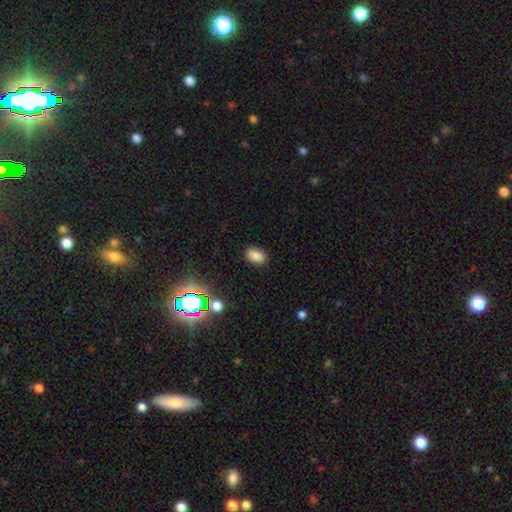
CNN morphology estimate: type=smooth (83%); roundness=in between (85%); merging=none (86%).